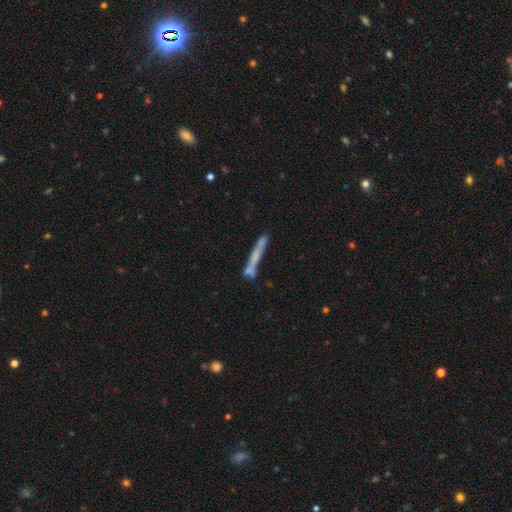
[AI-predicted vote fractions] A smooth galaxy with no disk features (46%).

Vote fractions:
- Smooth or featured? smooth: 46% / featured or disk: 45% / star or artifact: 9%
- Merging? none: 58% / merger: 18% / minor disturbance: 16% / major disturbance: 7%